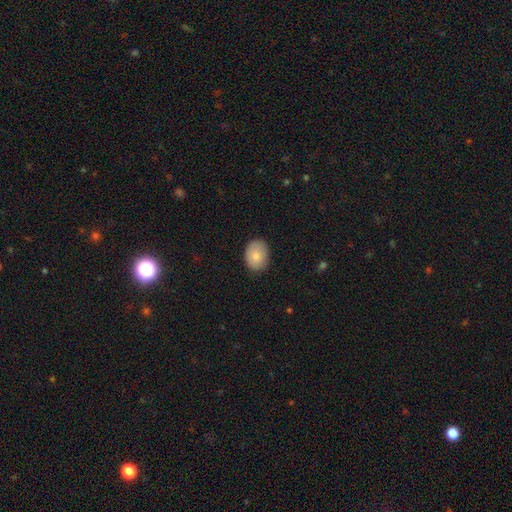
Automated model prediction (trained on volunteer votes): Smooth or featured?
  - smooth: 83% *
  - featured or disk: 10%
  - star or artifact: 7%
How rounded?
  - in between: 61% *
  - round: 38%
  - cigar-shaped: 1%
Merging?
  - none: 84% *
  - minor disturbance: 13%
  - major disturbance: 3%
  - merger: 1%